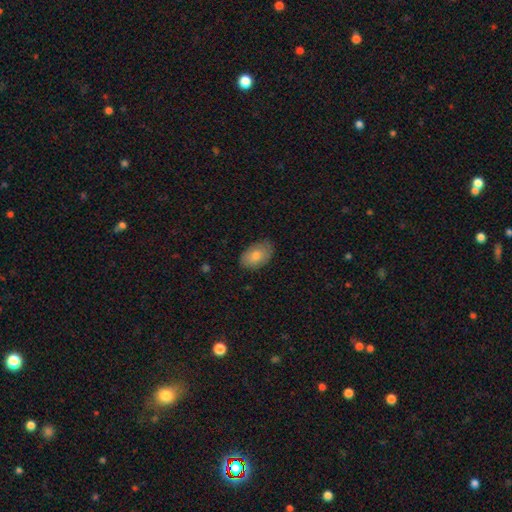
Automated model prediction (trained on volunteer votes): Smooth or featured? smooth (76%)
How rounded? in between (91%)
Merging? none (81%)